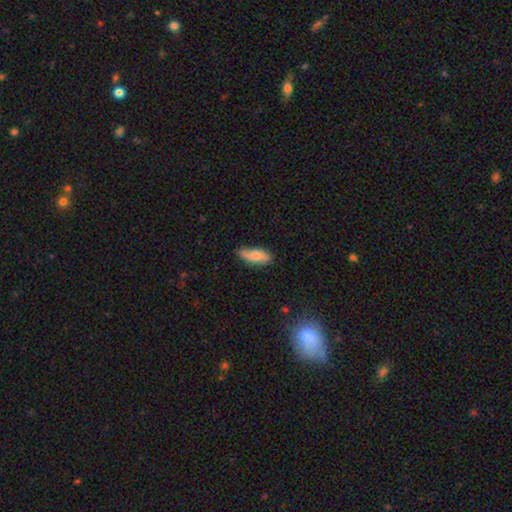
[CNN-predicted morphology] This is likely a smooth galaxy (79%). How rounded: likely in between (74%). Merging: likely none (73%).